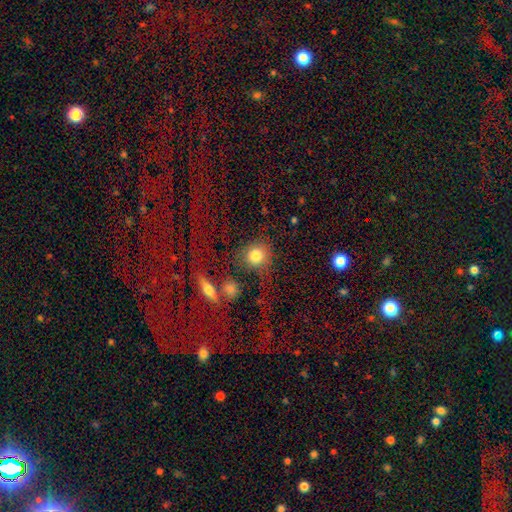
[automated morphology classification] Overall: smooth (79%). How rounded: round (84%). Merging: none (63%).